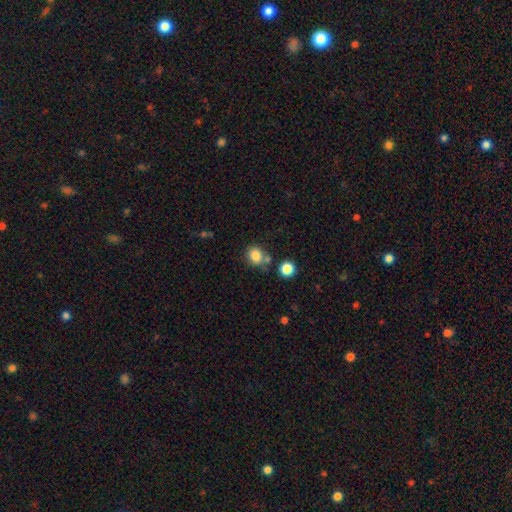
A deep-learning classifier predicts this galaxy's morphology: type=smooth (83%); roundness=round (73%); merging=none (65%).